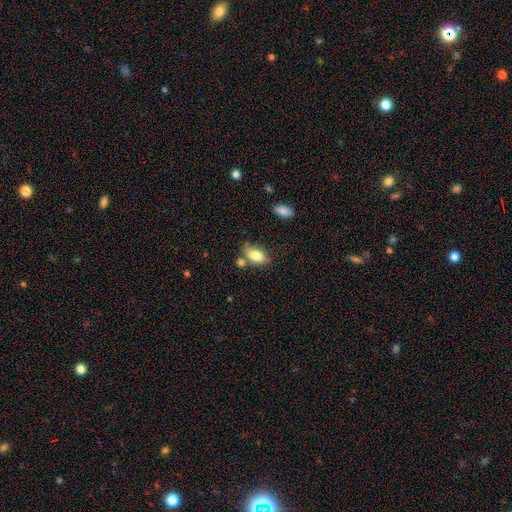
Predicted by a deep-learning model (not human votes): Overall: smooth (79%). How rounded: in between (89%). Merging: none (58%; minor disturbance 21%).